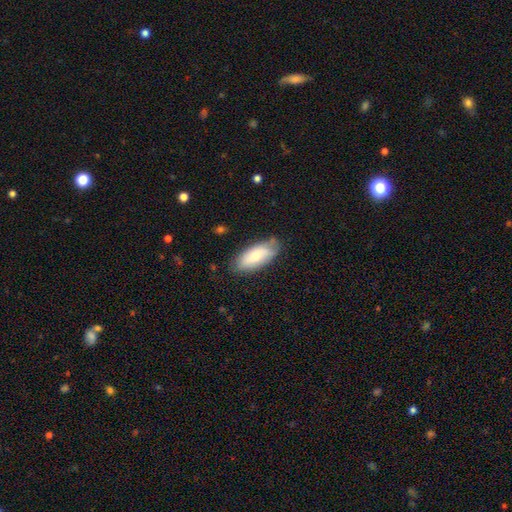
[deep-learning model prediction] smooth_or_featured: smooth (p=0.72) [alt: featured or disk p=0.22]
how_rounded: in between (p=0.89) [alt: cigar-shaped p=0.09]
merging: none (p=0.72) [alt: minor disturbance p=0.22]